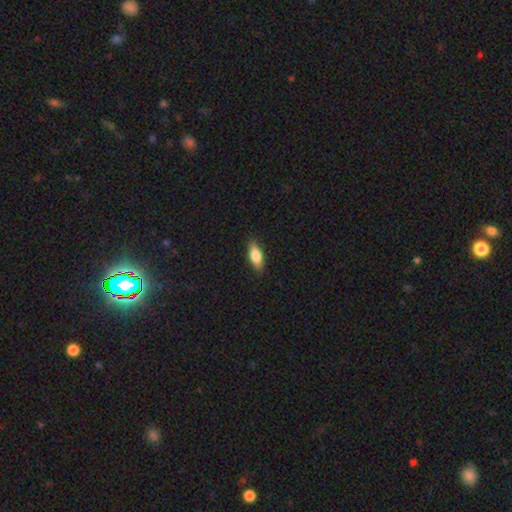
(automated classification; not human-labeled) A smooth galaxy with no disk features (77%) that is in between round and cigar-shaped (73%). Merging: none (86%).